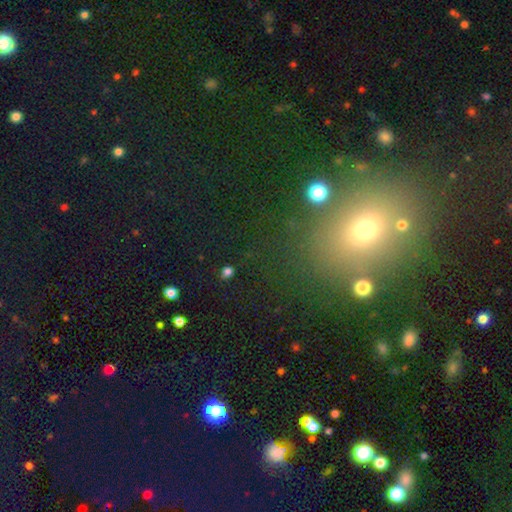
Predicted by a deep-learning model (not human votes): This is possibly a smooth galaxy (48%). Merging: clearly none (82%).